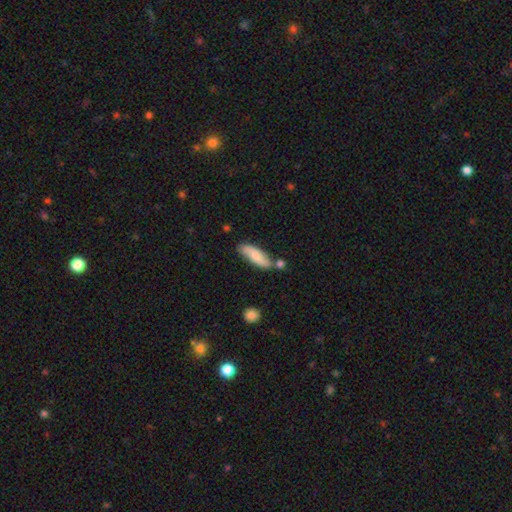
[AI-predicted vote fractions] Overall: smooth (69%). How rounded: in between (49%; cigar-shaped 48%). Merging: none (66%).